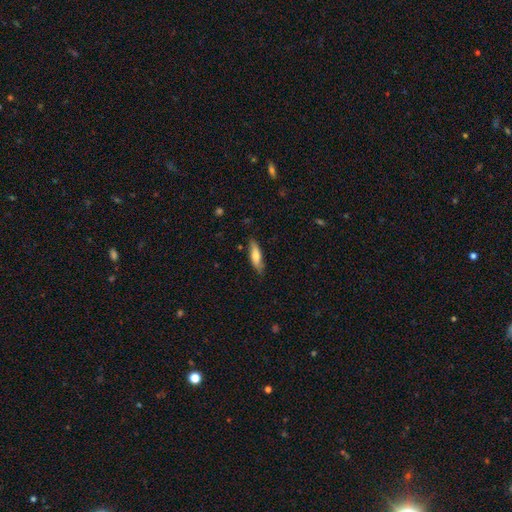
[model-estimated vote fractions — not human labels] Smooth or featured? smooth (66%)
How rounded? cigar-shaped (60%)
Merging? none (80%)